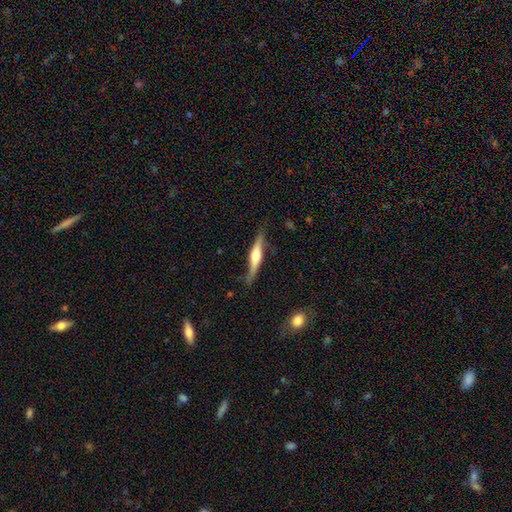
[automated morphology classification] Smooth or featured: featured or disk — 66% (smooth — 30%)
Edge-on disk: yes — 94% (no — 6%)
Edge-on bulge: rounded — 90% (boxy — 6%)
Merging: none — 76% (minor disturbance — 18%)